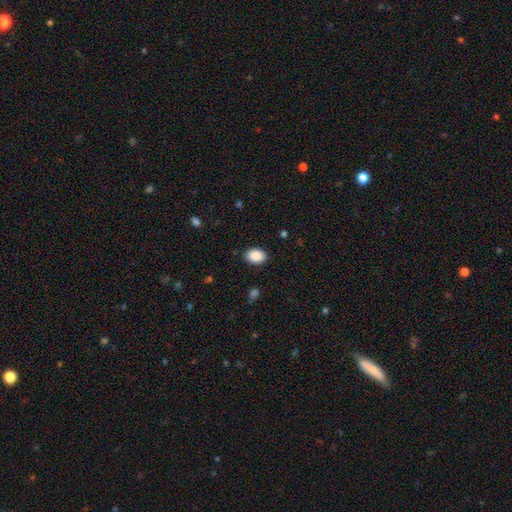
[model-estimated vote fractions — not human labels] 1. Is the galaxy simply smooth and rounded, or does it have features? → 89% smooth, 7% star or artifact, 4% featured or disk.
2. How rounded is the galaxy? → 78% in between, 21% round, 1% cigar-shaped.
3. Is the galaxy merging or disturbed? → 88% none, 8% minor disturbance, 2% major disturbance, 1% merger.